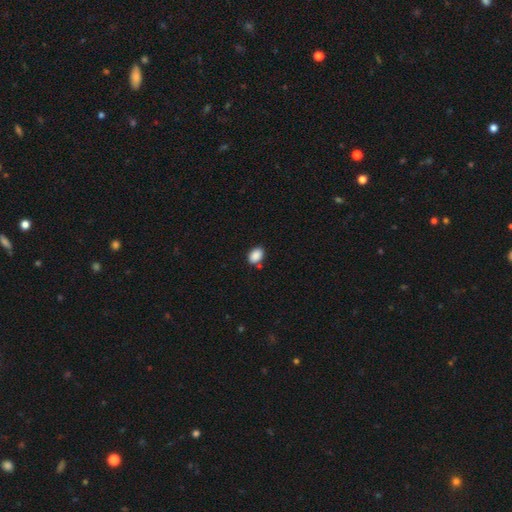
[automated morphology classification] type=smooth (89%); roundness=in between (81%); merging=none (78%).